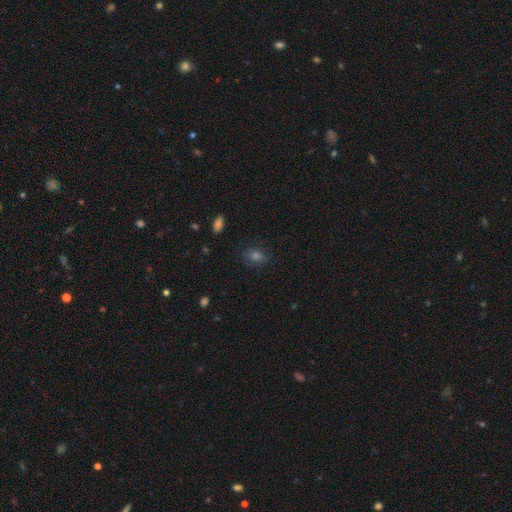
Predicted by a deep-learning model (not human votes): smooth-or-featured: smooth: 66% | star or artifact: 25% | featured or disk: 9%
  how-rounded: in between: 60% | round: 38% | cigar-shaped: 2%
  merging: none: 83% | minor disturbance: 12% | major disturbance: 4% | merger: 1%